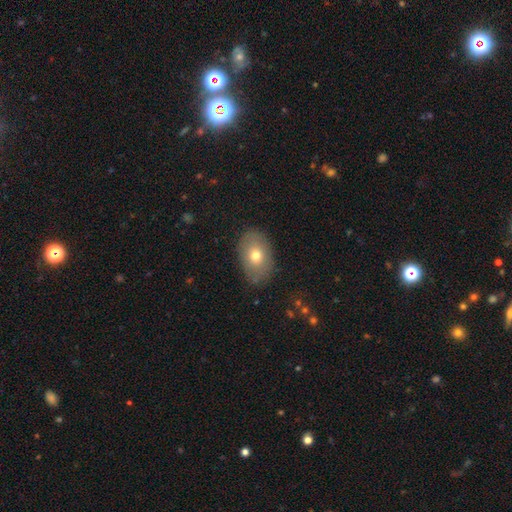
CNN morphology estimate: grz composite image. It shows a smooth galaxy with no disk features (70%) that is in between round and cigar-shaped (84%). Merging: none (81%).